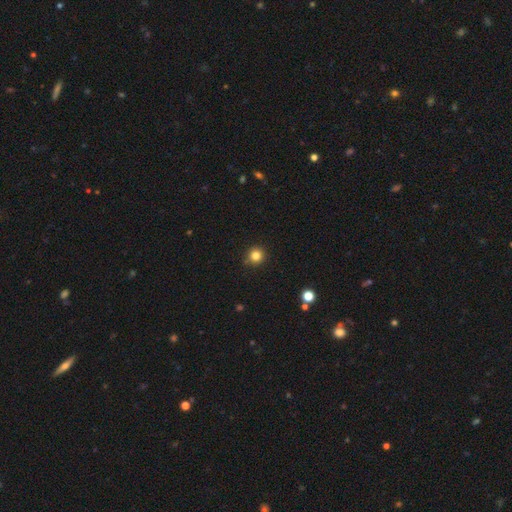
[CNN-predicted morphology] smooth_or_featured: smooth (p=0.83) [alt: star or artifact p=0.13]
how_rounded: round (p=0.94) [alt: in between p=0.05]
merging: none (p=0.89) [alt: minor disturbance p=0.08]